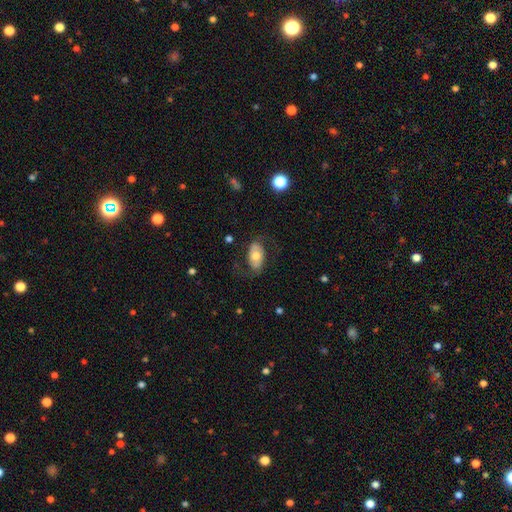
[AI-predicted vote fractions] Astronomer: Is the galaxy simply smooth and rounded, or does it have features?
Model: smooth — 51% (runner-up: featured or disk, 42%).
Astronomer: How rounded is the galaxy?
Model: in between — 92%.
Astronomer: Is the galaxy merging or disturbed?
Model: none — 69%.